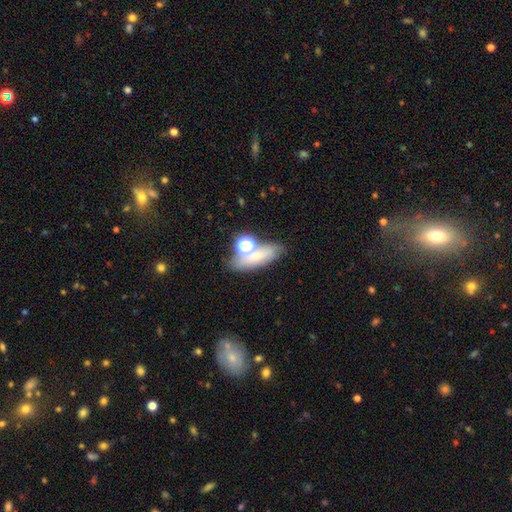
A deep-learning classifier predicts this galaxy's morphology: type=smooth (61%); roundness=in between (60%); merging=none (56%).